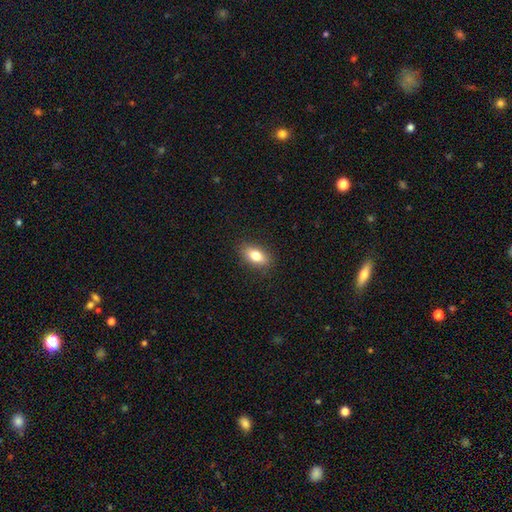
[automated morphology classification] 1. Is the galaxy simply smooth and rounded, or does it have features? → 80% smooth, 12% featured or disk, 8% star or artifact.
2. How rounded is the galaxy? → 85% in between, 9% round, 6% cigar-shaped.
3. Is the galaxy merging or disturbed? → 87% none, 10% minor disturbance, 2% major disturbance, 1% merger.